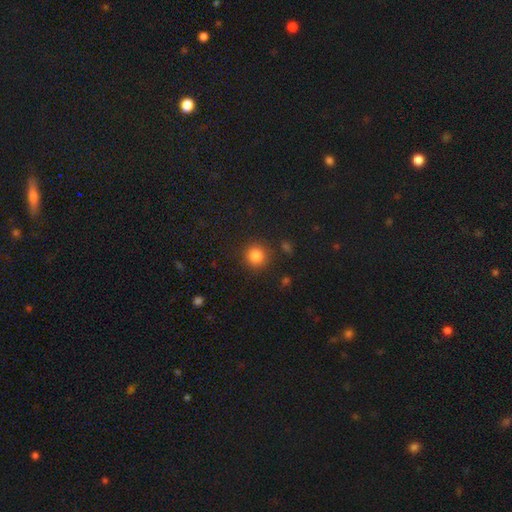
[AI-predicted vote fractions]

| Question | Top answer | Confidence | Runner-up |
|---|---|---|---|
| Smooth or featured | smooth | 84% | star or artifact (11%) |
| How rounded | round | 93% | in between (6%) |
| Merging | none | 88% | minor disturbance (7%) |